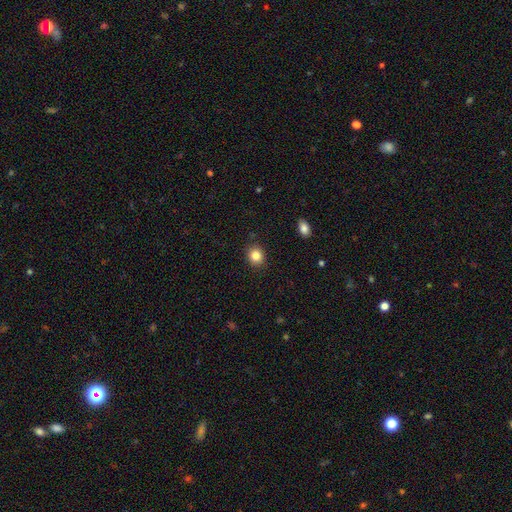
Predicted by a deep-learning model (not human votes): Overall: smooth (83%). How rounded: round (74%). Merging: none (89%).